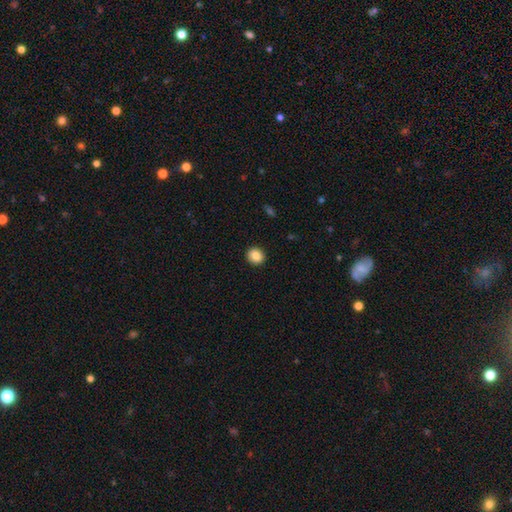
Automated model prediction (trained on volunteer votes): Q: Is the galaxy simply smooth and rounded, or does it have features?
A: smooth — 86%.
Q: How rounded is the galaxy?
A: round — 84%.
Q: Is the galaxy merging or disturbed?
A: none — 92%.